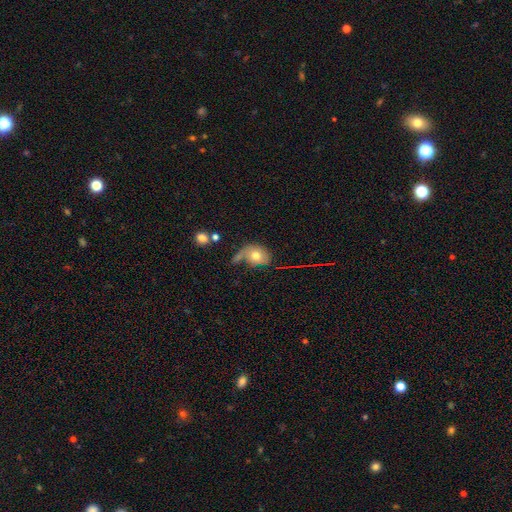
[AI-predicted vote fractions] This is likely a smooth galaxy (71%). How rounded: possibly in between (59%). Merging: marginally none (42%).